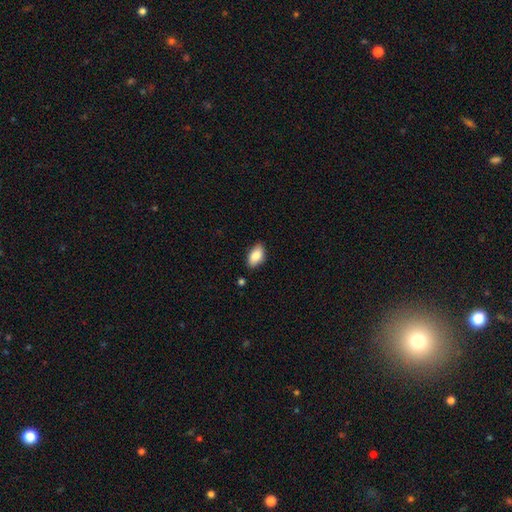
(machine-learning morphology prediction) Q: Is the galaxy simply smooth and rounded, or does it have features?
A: smooth — 85%.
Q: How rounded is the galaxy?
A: in between — 93%.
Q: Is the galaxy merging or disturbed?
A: none — 84%.